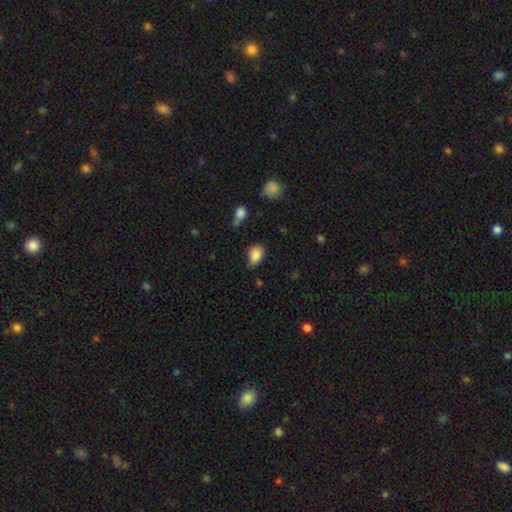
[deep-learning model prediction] smooth_or_featured: smooth (p=0.85) [alt: star or artifact p=0.09]
how_rounded: in between (p=0.82) [alt: round p=0.16]
merging: none (p=0.63) [alt: minor disturbance p=0.29]